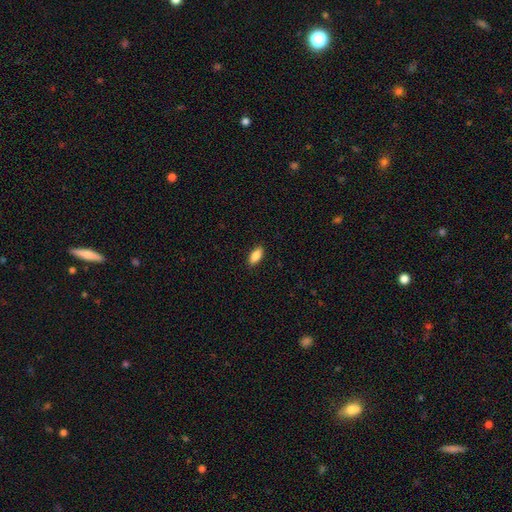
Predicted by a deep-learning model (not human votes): This appears to be a smooth galaxy with no disk features (86%) that is in between round and cigar-shaped (88%). Merging: none (89%).